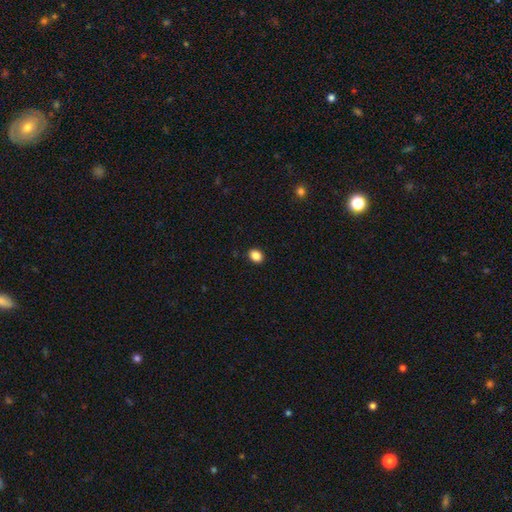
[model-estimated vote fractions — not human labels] Q: Smooth or featured?
A: smooth (88%); runner-up: star or artifact (9%)
Q: How rounded?
A: in between (56%); runner-up: round (44%)
Q: Merging?
A: none (91%); runner-up: minor disturbance (6%)